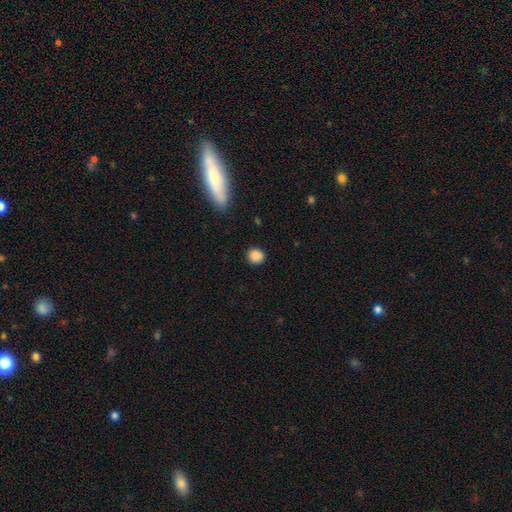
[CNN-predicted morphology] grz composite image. It shows a smooth galaxy with no disk features (87%) that is round (82%). Merging: none (88%).